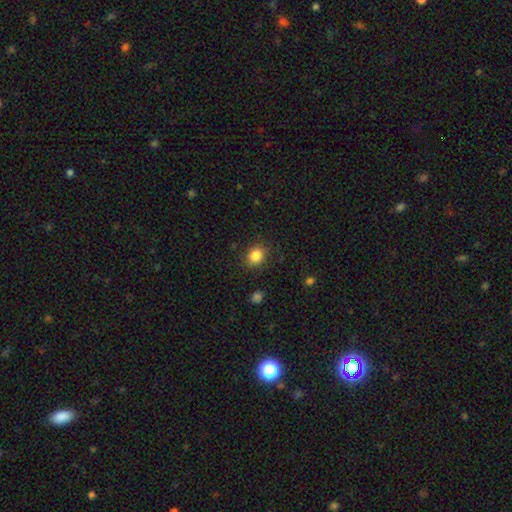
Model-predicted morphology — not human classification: Smooth or featured? Predicted: smooth (p=0.85). How rounded? Predicted: round (p=0.60). Merging? Predicted: none (p=0.85).